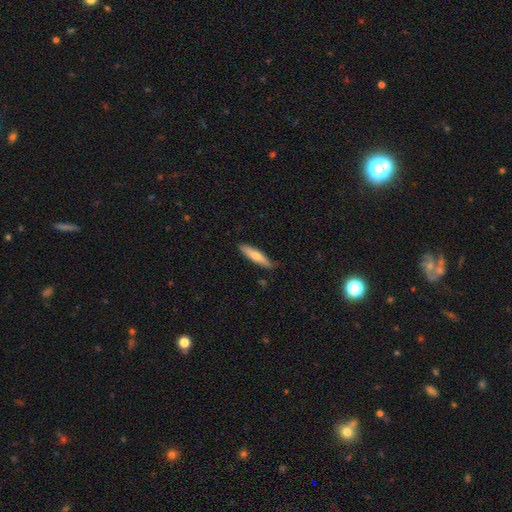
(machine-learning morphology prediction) This is likely a smooth galaxy (63%). How rounded: likely cigar-shaped (78%). Merging: clearly none (84%).